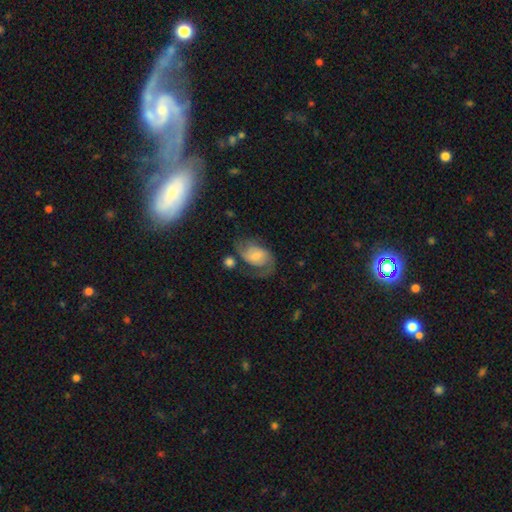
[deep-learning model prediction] Morphology: type=featured or disk (70%); edge-on=no (97%); bar=weak (47%); spiral arms=yes (92%); winding=medium (49%); arm count=2 (80%); bulge=small (39%); merging=none (49%).